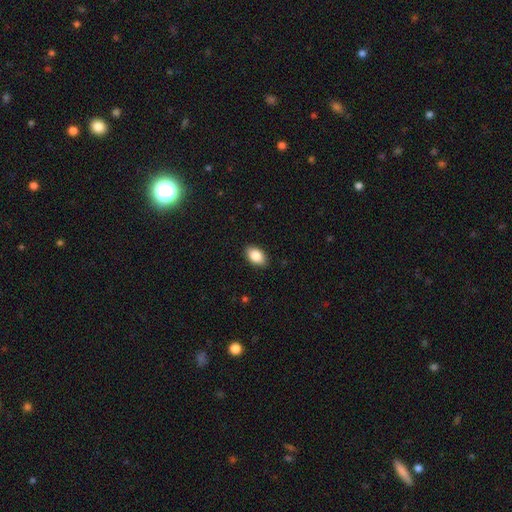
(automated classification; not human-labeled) Smooth or featured?
  - smooth: 86% *
  - star or artifact: 7%
  - featured or disk: 7%
How rounded?
  - in between: 91% *
  - round: 7%
  - cigar-shaped: 2%
Merging?
  - none: 89% *
  - minor disturbance: 8%
  - major disturbance: 2%
  - merger: 1%